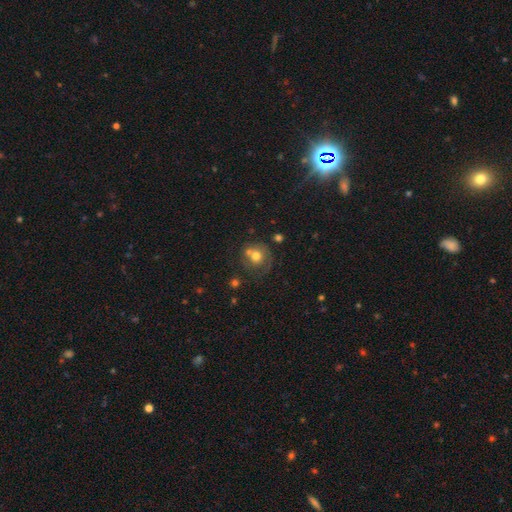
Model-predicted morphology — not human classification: type=smooth (60%); roundness=round (83%); merging=none (43%).